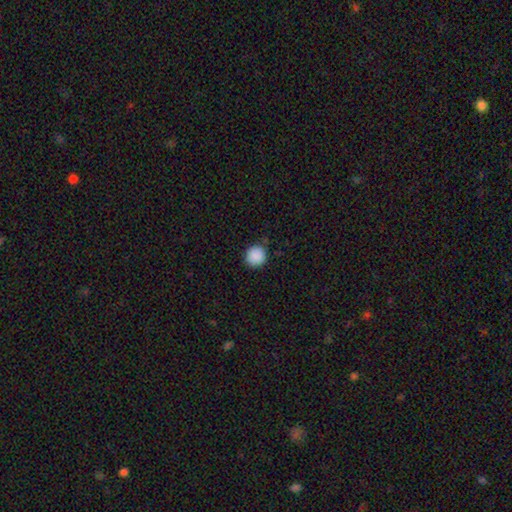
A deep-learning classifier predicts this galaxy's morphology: smooth 89%, star or artifact 8%, featured or disk 2%. Down the decision tree: how rounded — round (92%); merging — none (89%).